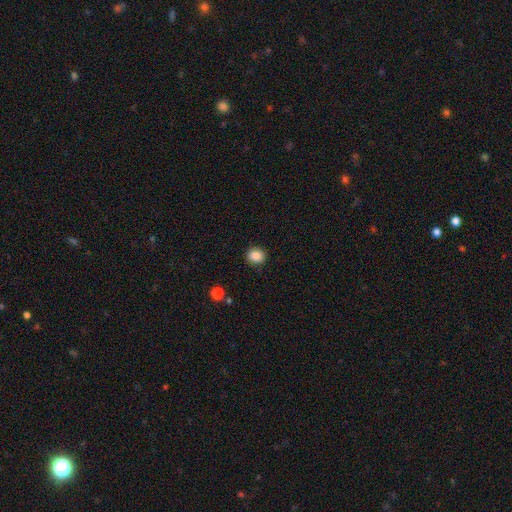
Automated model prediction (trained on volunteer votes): smooth 87%, star or artifact 10%, featured or disk 3%. Down the decision tree: how rounded — round (74%); merging — none (88%).